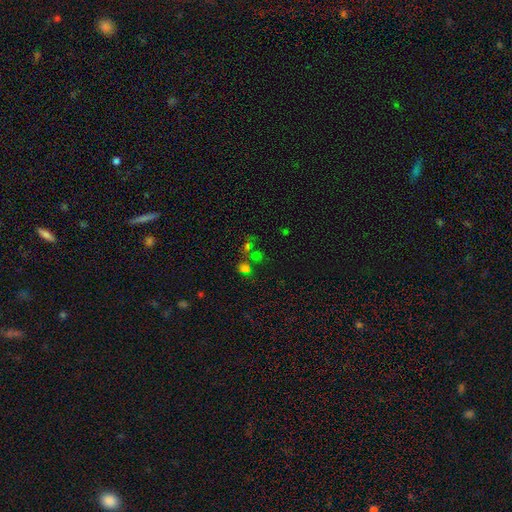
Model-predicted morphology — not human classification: This appears to be a smooth galaxy with no disk features (49%). Merging: none (49%).